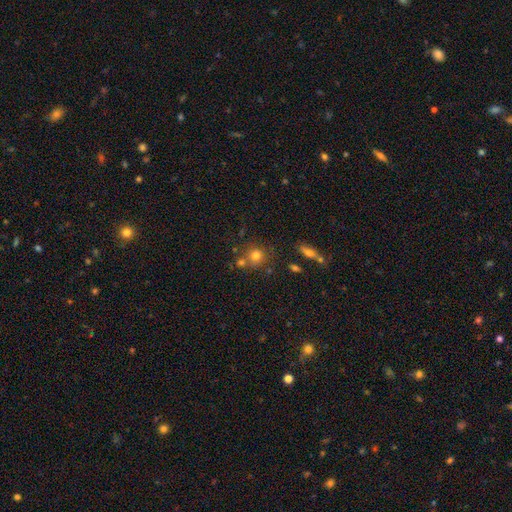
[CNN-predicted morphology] type=smooth (76%); roundness=round (85%); merging=none (61%).